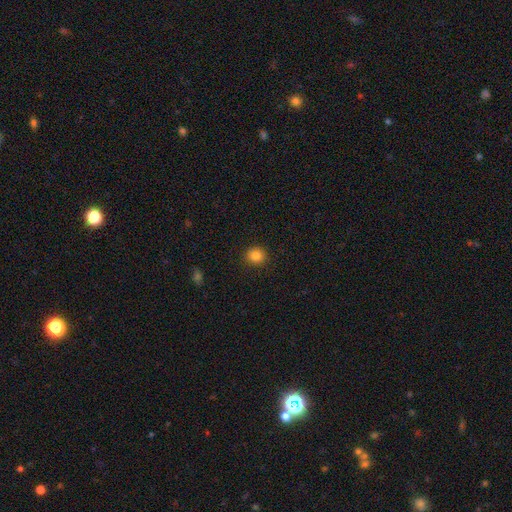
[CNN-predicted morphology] A smooth galaxy with no disk features (85%) that is round (87%).

Vote fractions:
- Smooth or featured? smooth: 85% / star or artifact: 11% / featured or disk: 4%
- How rounded? round: 87% / in between: 12% / cigar-shaped: 1%
- Merging? none: 91% / minor disturbance: 6% / major disturbance: 2% / merger: 1%